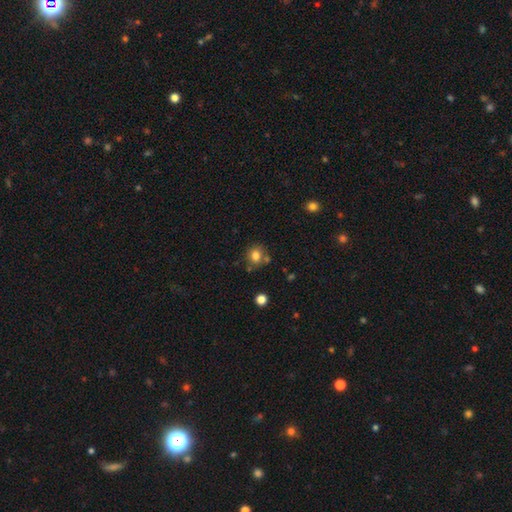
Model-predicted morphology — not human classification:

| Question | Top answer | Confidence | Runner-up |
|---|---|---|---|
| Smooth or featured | smooth | 80% | star or artifact (12%) |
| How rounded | round | 81% | in between (18%) |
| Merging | none | 68% | minor disturbance (14%) |